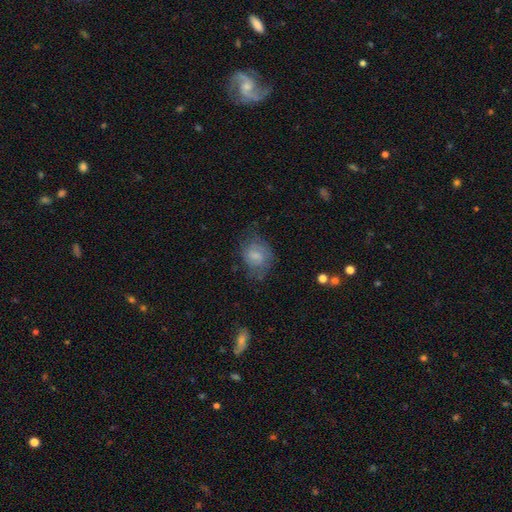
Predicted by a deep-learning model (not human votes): This appears to be a smooth galaxy with no disk features (59%) that is round (51%). Merging: none (57%).